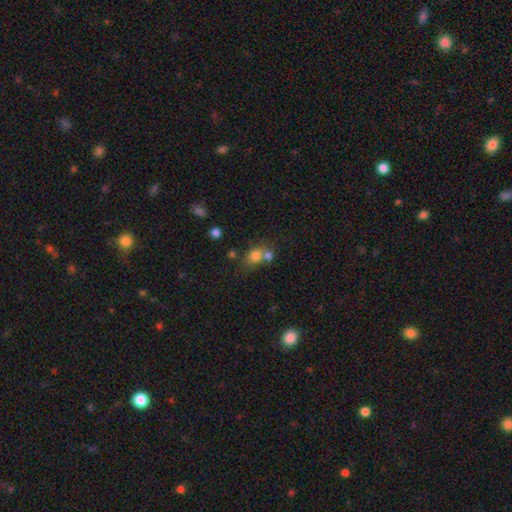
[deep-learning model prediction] The model was most divided on "merging": merger: 50%, none: 36%, minor disturbance: 9%, major disturbance: 5%. More confident: smooth or featured — smooth (75%); how rounded — round (60%).